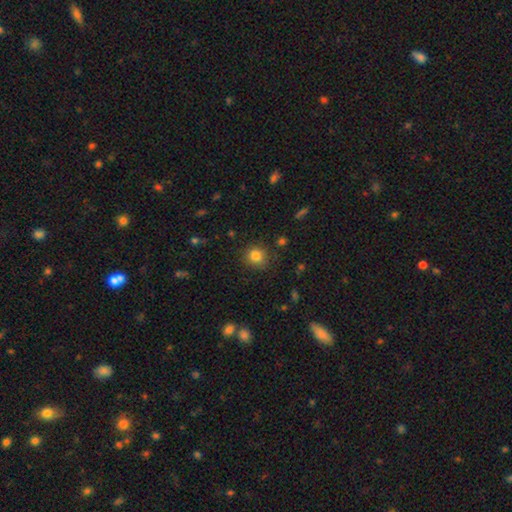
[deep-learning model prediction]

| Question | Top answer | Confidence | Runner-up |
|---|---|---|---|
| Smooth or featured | smooth | 82% | star or artifact (12%) |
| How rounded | round | 85% | in between (14%) |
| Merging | none | 84% | minor disturbance (11%) |